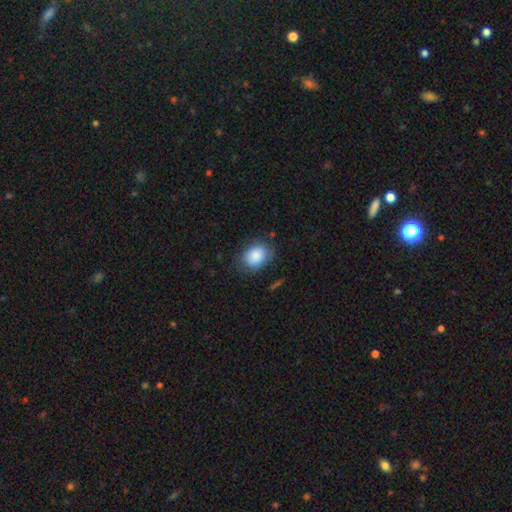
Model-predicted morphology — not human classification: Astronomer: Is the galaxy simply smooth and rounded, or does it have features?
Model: smooth — 86%.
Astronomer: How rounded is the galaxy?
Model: in between — 64%.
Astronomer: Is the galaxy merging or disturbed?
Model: none — 75%.